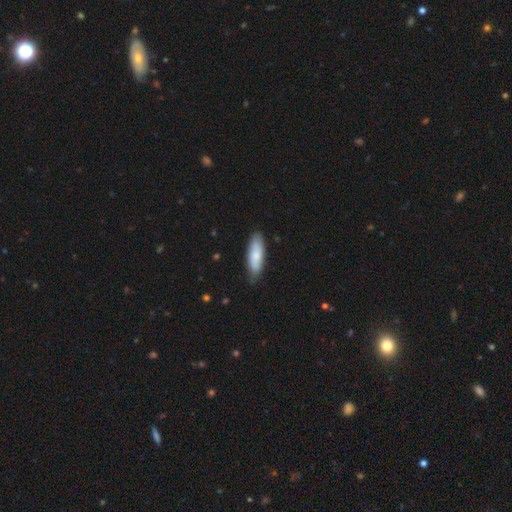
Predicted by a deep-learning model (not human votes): This is likely a smooth galaxy (76%). How rounded: possibly in between (57%). Merging: clearly none (81%).